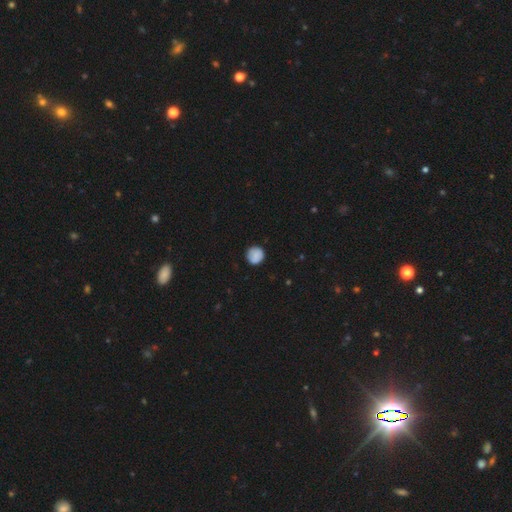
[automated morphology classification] Overall: smooth (85%). How rounded: round (93%). Merging: none (84%).